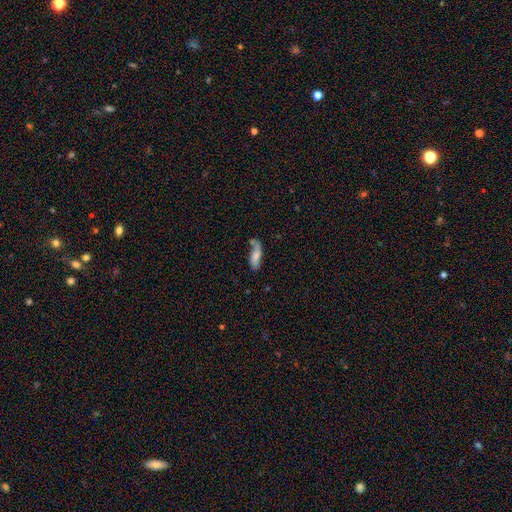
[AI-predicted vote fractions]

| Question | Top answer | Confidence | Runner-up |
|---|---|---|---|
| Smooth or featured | smooth | 66% | featured or disk (26%) |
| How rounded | in between | 60% | cigar-shaped (38%) |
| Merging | none | 51% | minor disturbance (26%) |